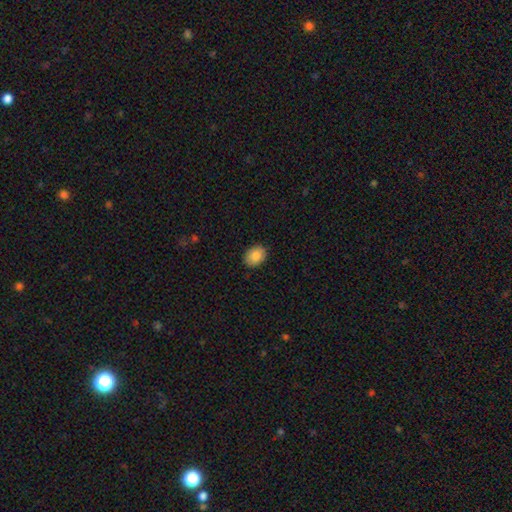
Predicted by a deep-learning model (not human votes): Morphology: type=smooth (84%); roundness=in between (70%); merging=none (89%).